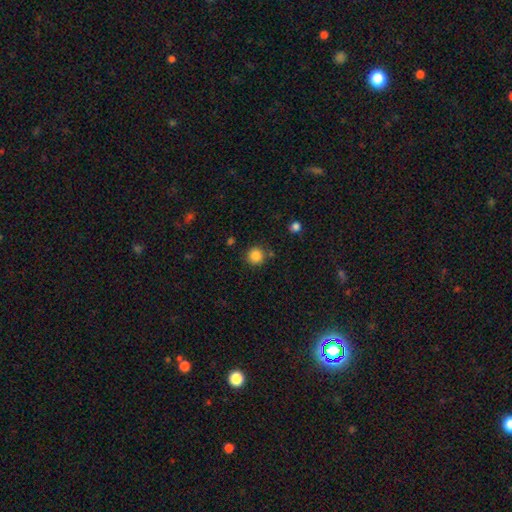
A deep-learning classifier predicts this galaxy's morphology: smooth 85%, star or artifact 11%, featured or disk 4%. Down the decision tree: how rounded — round (94%); merging — none (85%).